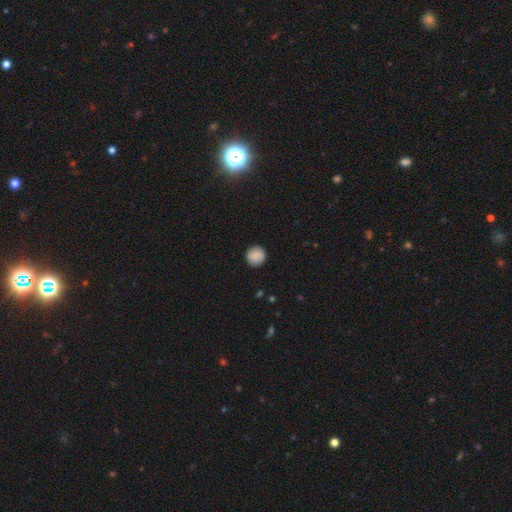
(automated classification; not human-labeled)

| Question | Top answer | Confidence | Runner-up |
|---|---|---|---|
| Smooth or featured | smooth | 85% | star or artifact (8%) |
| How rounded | round | 93% | in between (6%) |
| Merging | none | 88% | minor disturbance (8%) |